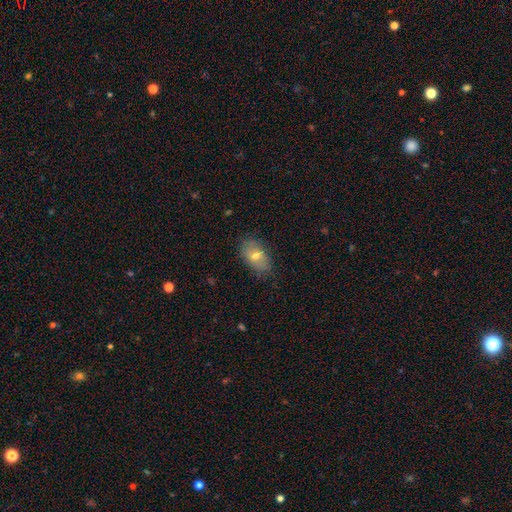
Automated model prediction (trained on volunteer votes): smooth-or-featured: smooth: 67% | featured or disk: 25% | star or artifact: 8%
  how-rounded: in between: 90% | round: 7% | cigar-shaped: 3%
  merging: none: 79% | minor disturbance: 16% | major disturbance: 4% | merger: 1%